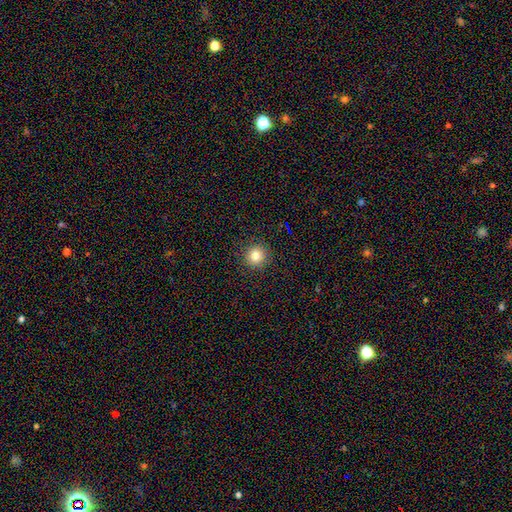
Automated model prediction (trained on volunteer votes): Smooth or featured?
  - smooth: 80% *
  - star or artifact: 13%
  - featured or disk: 7%
How rounded?
  - round: 95% *
  - in between: 4%
  - cigar-shaped: 1%
Merging?
  - none: 92% *
  - minor disturbance: 5%
  - major disturbance: 2%
  - merger: 1%